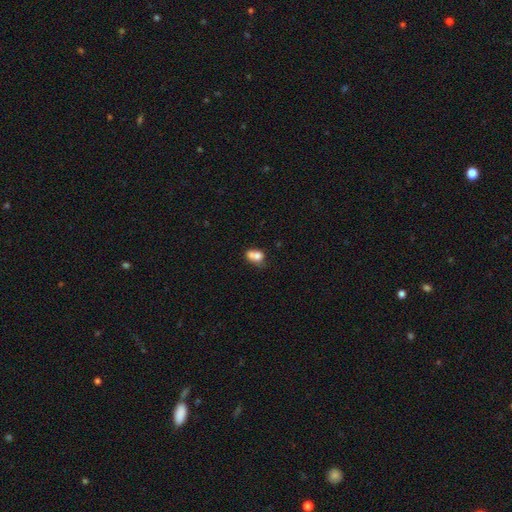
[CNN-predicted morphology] smooth-or-featured: smooth: 71% | featured or disk: 19% | star or artifact: 10%
  how-rounded: in between: 50% | round: 48% | cigar-shaped: 2%
  merging: merger: 57% | none: 26% | minor disturbance: 11% | major disturbance: 6%